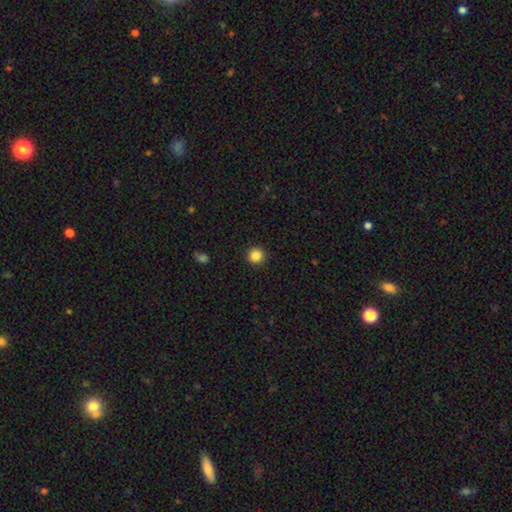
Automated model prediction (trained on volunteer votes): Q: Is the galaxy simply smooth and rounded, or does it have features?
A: smooth — 86%.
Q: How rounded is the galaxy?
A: round — 94%.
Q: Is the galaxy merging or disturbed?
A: none — 92%.